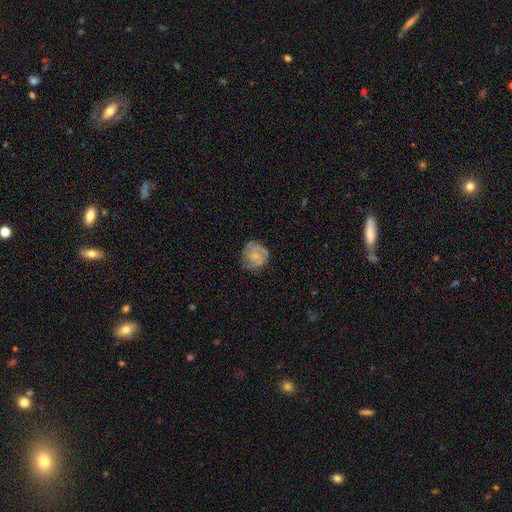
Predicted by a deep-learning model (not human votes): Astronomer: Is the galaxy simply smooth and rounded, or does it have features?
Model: featured or disk — 69%.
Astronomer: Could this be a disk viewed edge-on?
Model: no — 98%.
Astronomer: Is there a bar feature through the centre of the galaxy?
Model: no — 71%.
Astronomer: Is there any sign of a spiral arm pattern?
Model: yes — 91%.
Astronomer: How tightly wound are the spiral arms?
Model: tight — 58% (runner-up: medium, 34%).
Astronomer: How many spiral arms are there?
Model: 2 — 39% (runner-up: 3, 28%).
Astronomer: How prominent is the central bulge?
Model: small — 52% (runner-up: moderate, 30%).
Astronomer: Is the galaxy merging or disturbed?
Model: none — 74%.